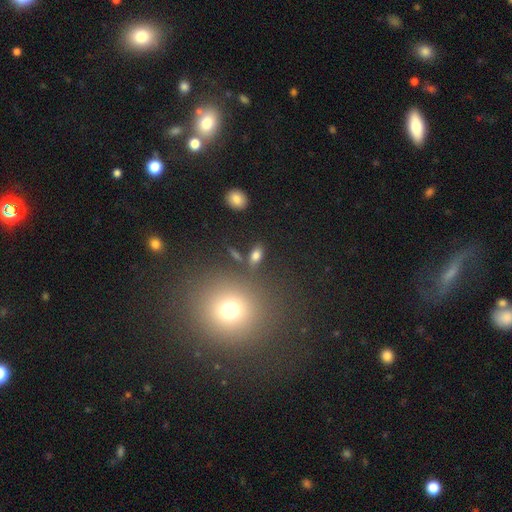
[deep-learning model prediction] Q: Smooth or featured?
A: smooth (74%); runner-up: star or artifact (14%)
Q: How rounded?
A: in between (78%); runner-up: round (12%)
Q: Merging?
A: none (76%); runner-up: minor disturbance (11%)